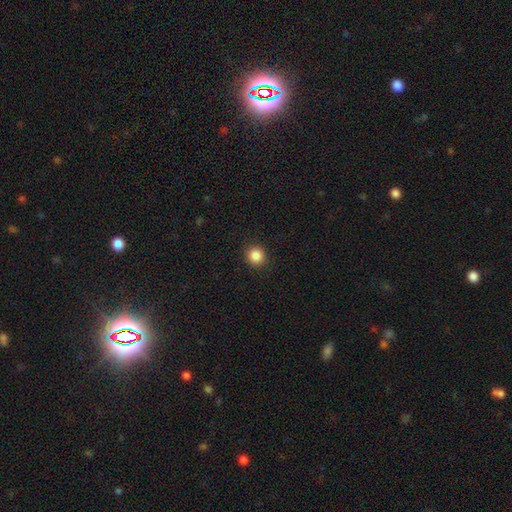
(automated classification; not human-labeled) The model was most divided on "smooth or featured": smooth: 86%, star or artifact: 10%, featured or disk: 3%. More confident: merging — none (92%); how rounded — round (91%).